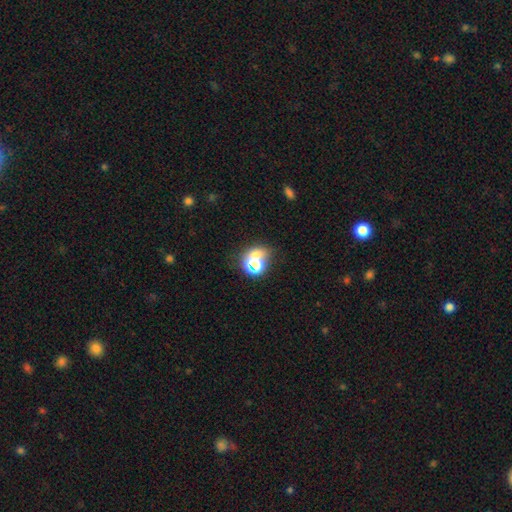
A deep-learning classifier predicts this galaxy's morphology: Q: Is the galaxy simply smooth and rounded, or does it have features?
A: smooth — 54%.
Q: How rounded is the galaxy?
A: round — 65%.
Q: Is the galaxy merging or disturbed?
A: none — 49%.